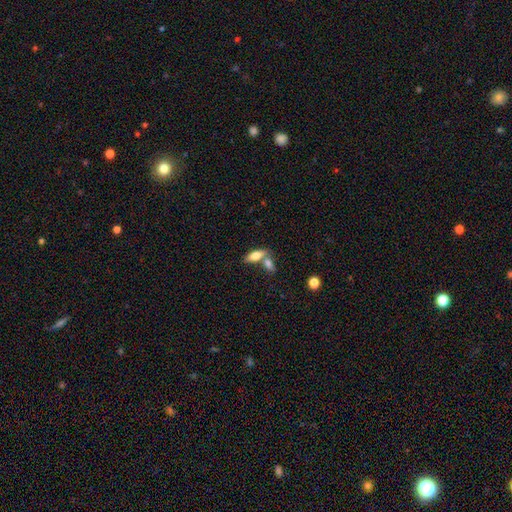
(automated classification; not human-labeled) Smooth or featured: smooth — 71% (featured or disk — 23%)
How rounded: in between — 73% (cigar-shaped — 23%)
Merging: merger — 44% (none — 43%)